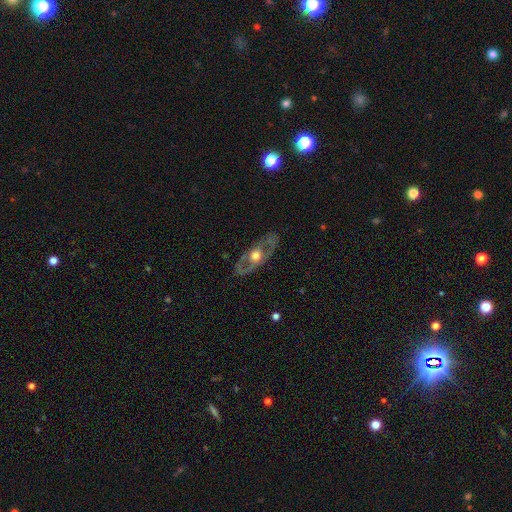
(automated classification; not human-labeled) Smooth or featured? Predicted: featured or disk (p=0.72). Edge-on disk? Predicted: no (p=0.74). Bar? Predicted: no (p=0.82). Spiral arms? Predicted: no (p=0.66). Bulge size? Predicted: moderate (p=0.63). Merging? Predicted: none (p=0.80).